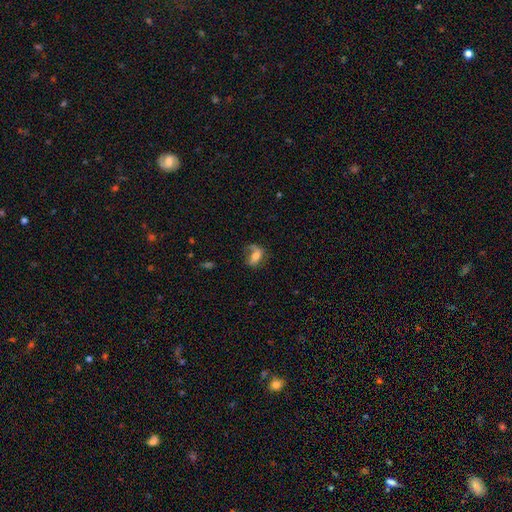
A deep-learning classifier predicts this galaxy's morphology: smooth_or_featured: smooth (p=0.47) [alt: featured or disk p=0.43]
merging: none (p=0.41) [alt: major disturbance p=0.31]